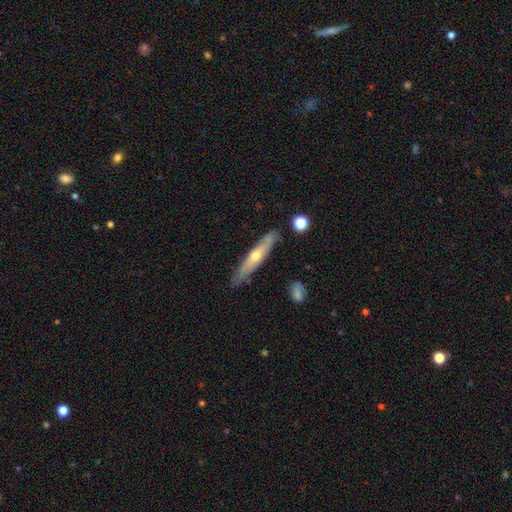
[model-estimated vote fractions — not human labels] smooth-or-featured: featured or disk: 58% | smooth: 35% | star or artifact: 7%
  disk-edge-on: yes: 79% | no: 21%
  merging: none: 82% | minor disturbance: 14% | major disturbance: 2% | merger: 2%